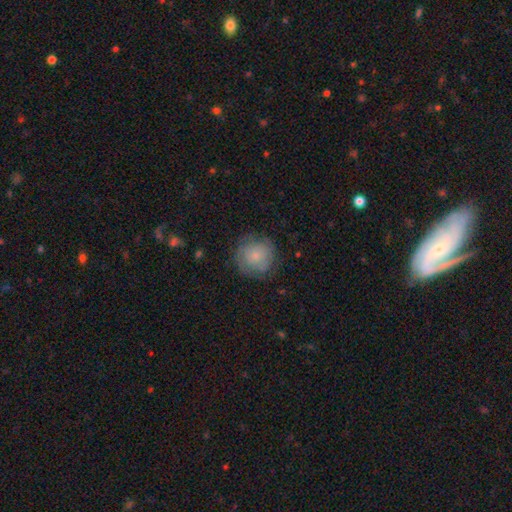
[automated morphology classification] This is likely a smooth galaxy (70%). How rounded: clearly round (93%). Merging: likely none (74%).